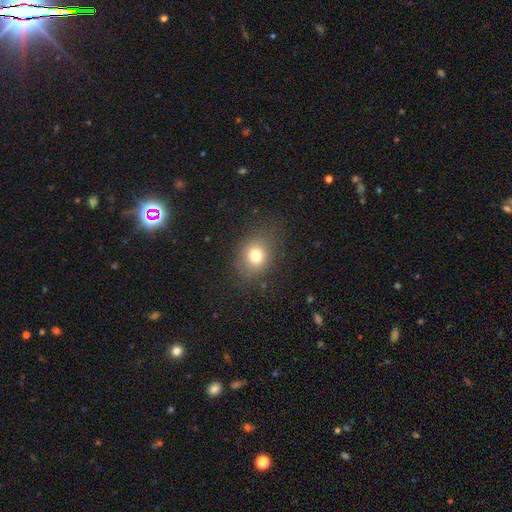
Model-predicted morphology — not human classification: smooth-or-featured: smooth: 75% | star or artifact: 15% | featured or disk: 10%
  how-rounded: round: 59% | in between: 40% | cigar-shaped: 1%
  merging: none: 79% | minor disturbance: 13% | major disturbance: 6% | merger: 1%